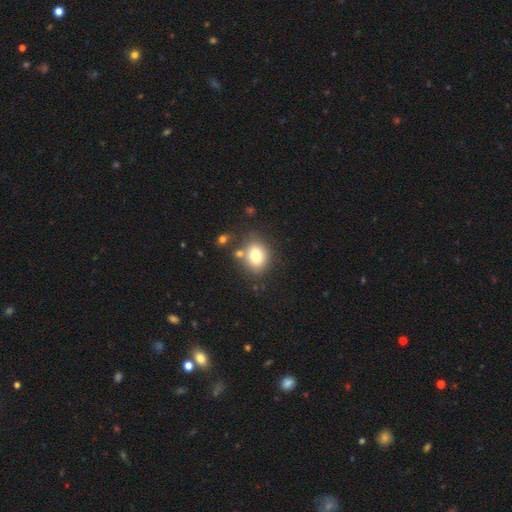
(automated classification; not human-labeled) This is likely a smooth galaxy (76%). How rounded: possibly in between (54%). Merging: likely none (72%).